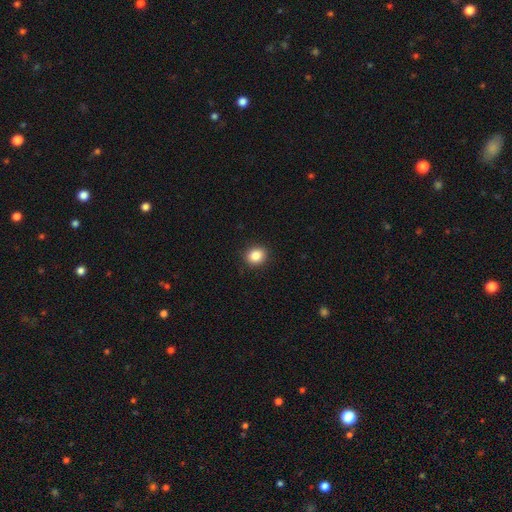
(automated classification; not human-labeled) A smooth galaxy with no disk features (86%) that is round (77%). Merging: none (91%).